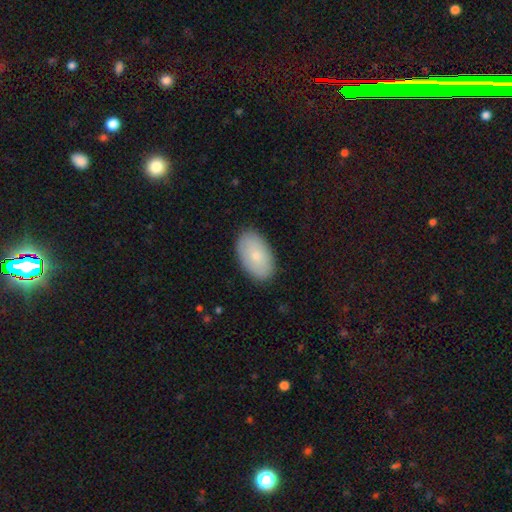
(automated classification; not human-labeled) Morphology: type=smooth (76%); roundness=in between (94%); merging=none (87%).